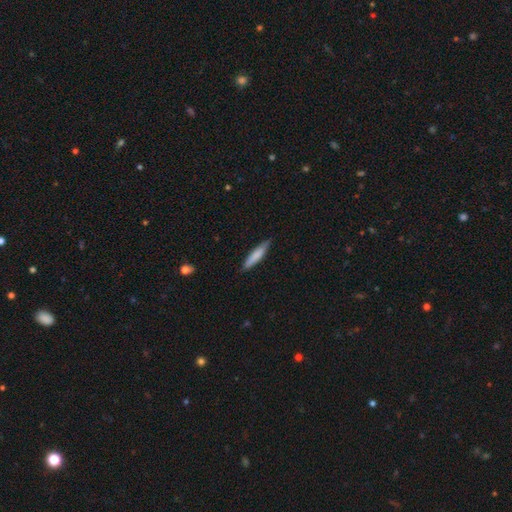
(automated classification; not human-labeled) The model was most divided on "smooth or featured": smooth: 75%, featured or disk: 19%, star or artifact: 5%. More confident: how rounded — cigar-shaped (86%); merging — none (84%).